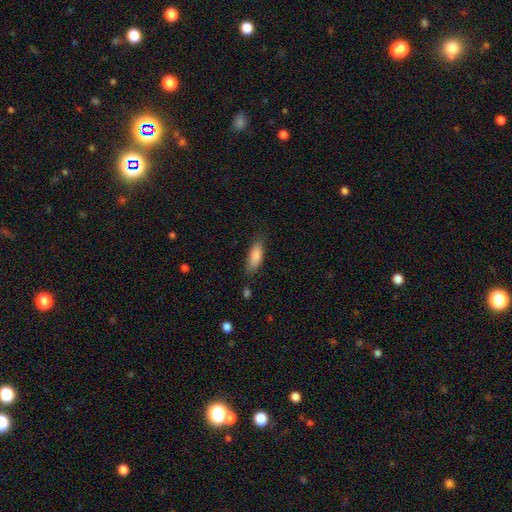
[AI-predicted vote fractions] smooth_or_featured: smooth (p=0.85) [alt: featured or disk p=0.08]
how_rounded: in between (p=0.63) [alt: cigar-shaped p=0.35]
merging: none (p=0.76) [alt: minor disturbance p=0.18]